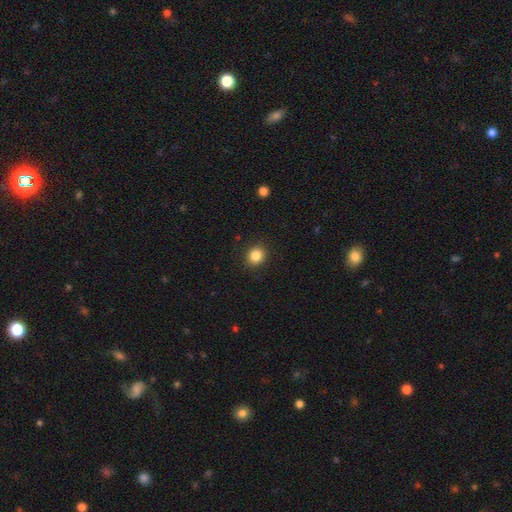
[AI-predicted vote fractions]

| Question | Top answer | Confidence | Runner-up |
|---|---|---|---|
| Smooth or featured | smooth | 85% | star or artifact (10%) |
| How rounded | round | 78% | in between (21%) |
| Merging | none | 90% | minor disturbance (7%) |